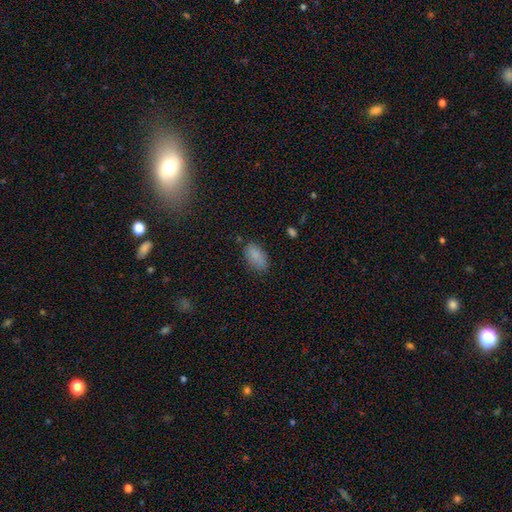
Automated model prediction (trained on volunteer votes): smooth_or_featured: smooth (p=0.86) [alt: star or artifact p=0.09]
how_rounded: in between (p=0.93) [alt: round p=0.04]
merging: none (p=0.79) [alt: minor disturbance p=0.16]